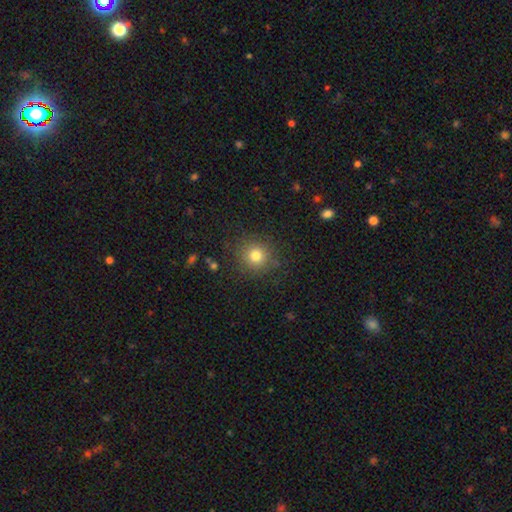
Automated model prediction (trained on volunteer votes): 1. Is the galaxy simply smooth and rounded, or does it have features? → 78% smooth, 14% star or artifact, 9% featured or disk.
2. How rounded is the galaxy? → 91% round, 8% in between, 1% cigar-shaped.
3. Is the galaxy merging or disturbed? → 86% none, 9% minor disturbance, 4% major disturbance, 1% merger.